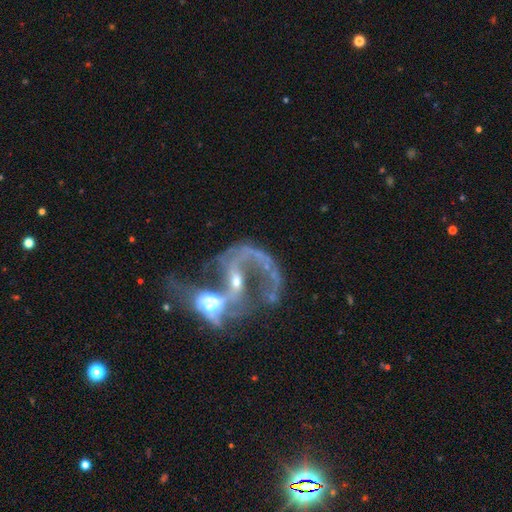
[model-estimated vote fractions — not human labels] featured or disk 77%, smooth 12%, star or artifact 11%. Down the decision tree: edge-on disk — no (97%); bar — no (56%); spiral arms — yes (65%); bulge size — moderate (39%); merging — merger (64%).